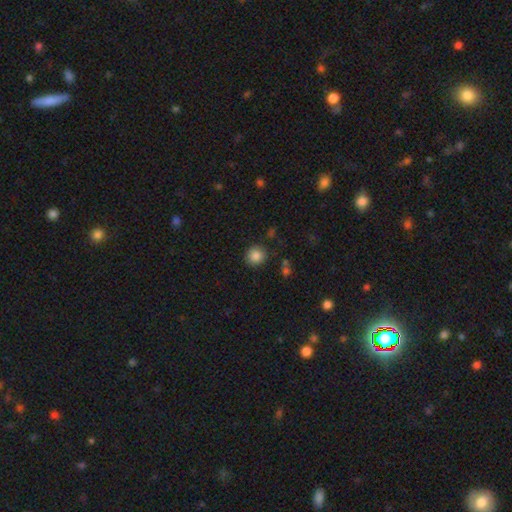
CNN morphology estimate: type=smooth (85%); roundness=round (91%); merging=none (88%).